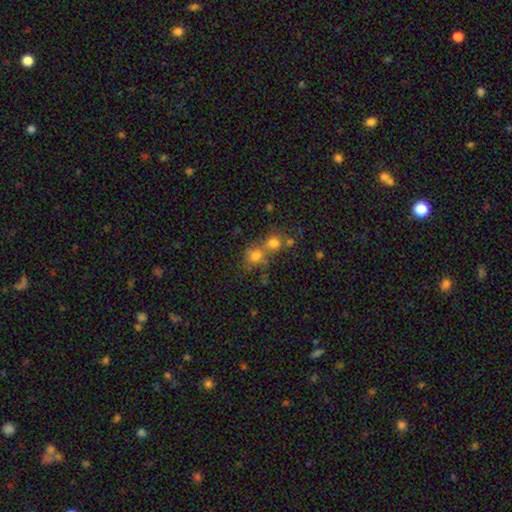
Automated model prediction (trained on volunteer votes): This is likely a smooth galaxy (73%). How rounded: likely round (80%). Merging: possibly merger (49%).